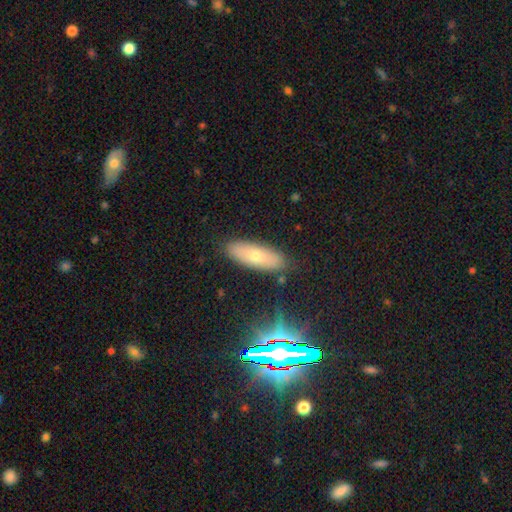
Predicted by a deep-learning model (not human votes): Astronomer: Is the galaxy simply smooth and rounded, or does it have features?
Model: smooth — 62%.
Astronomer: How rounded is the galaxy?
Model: in between — 68%.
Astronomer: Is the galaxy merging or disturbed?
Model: none — 86%.